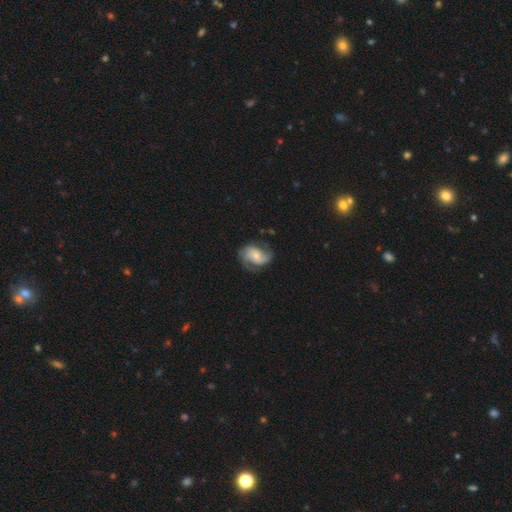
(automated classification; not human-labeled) smooth-or-featured: featured or disk: 74% | smooth: 20% | star or artifact: 6%
  disk-edge-on: no: 97% | yes: 3%
    bar: no: 62% | weak: 31% | strong: 7%
    has-spiral-arms: yes: 94% | no: 6%
      spiral-winding: medium: 44% | loose: 29% | tight: 27%
      spiral-arm-count: 2: 57% | 3: 17% | can't tell: 14% | 1: 6% | 4: 3% | more than 4: 3%
    bulge-size: small: 49% | moderate: 43% | large: 4% | none: 3% | dominant: 1%
  merging: none: 63% | minor disturbance: 23% | major disturbance: 13% | merger: 2%